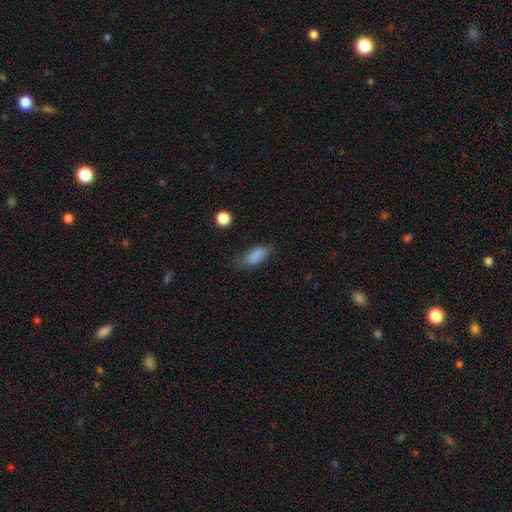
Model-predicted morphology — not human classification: A smooth galaxy with no disk features (85%) that is in between round and cigar-shaped (84%). Merging: none (65%).